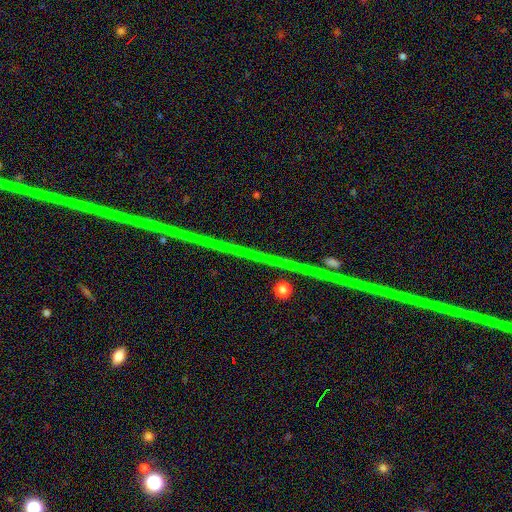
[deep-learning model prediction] Q: Smooth or featured?
A: star or artifact (75%); runner-up: featured or disk (15%)